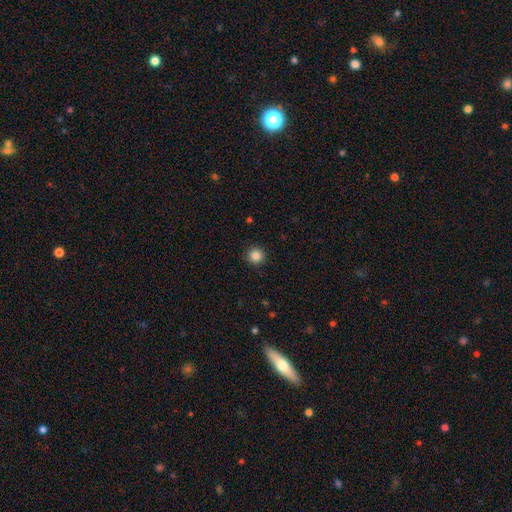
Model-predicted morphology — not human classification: A smooth galaxy with no disk features (85%) that is round (95%).

Vote fractions:
- Smooth or featured? smooth: 85% / star or artifact: 11% / featured or disk: 4%
- How rounded? round: 95% / in between: 4% / cigar-shaped: 1%
- Merging? none: 93% / minor disturbance: 5% / major disturbance: 2% / merger: 1%